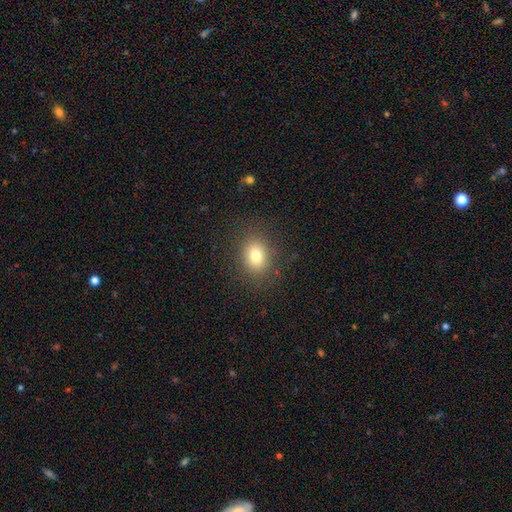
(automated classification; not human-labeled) This appears to be a smooth galaxy with no disk features (78%) that is round (56%). Merging: none (85%).